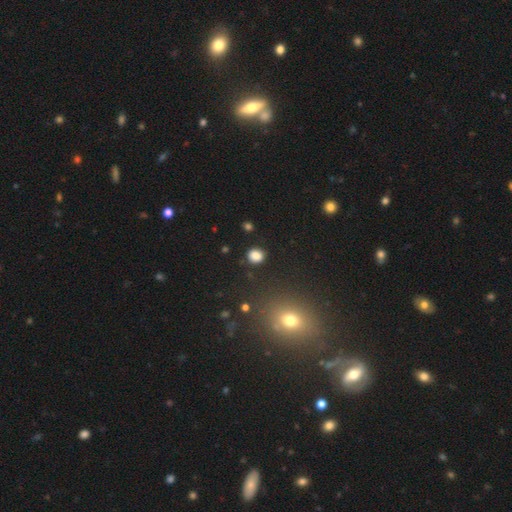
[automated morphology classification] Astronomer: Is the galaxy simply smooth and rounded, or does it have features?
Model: smooth — 84%.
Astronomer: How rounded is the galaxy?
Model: round — 78%.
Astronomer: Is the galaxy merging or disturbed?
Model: none — 87%.